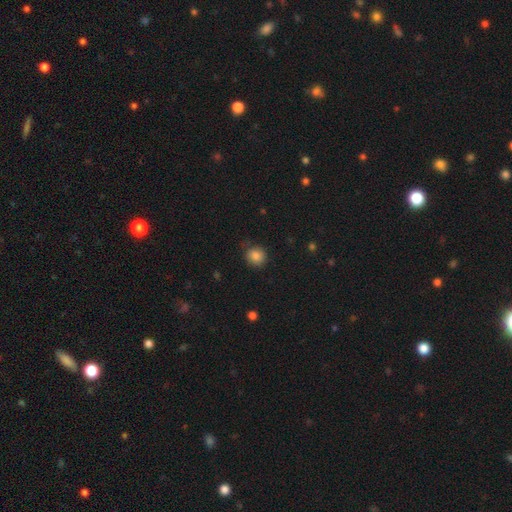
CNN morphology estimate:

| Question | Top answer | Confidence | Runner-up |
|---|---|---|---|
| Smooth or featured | smooth | 85% | star or artifact (10%) |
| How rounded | round | 85% | in between (14%) |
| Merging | none | 79% | minor disturbance (16%) |